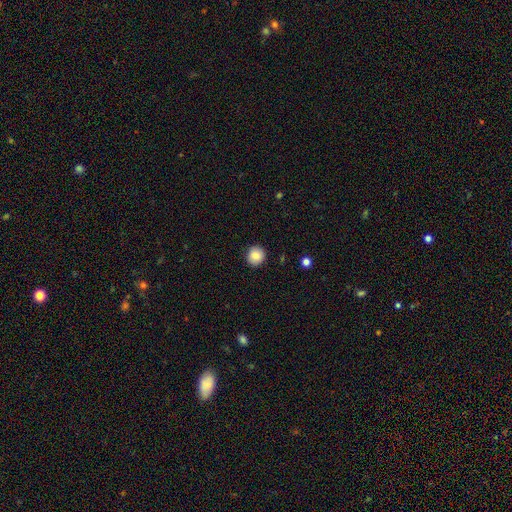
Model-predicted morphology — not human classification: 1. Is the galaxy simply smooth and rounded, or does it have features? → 86% smooth, 9% star or artifact, 5% featured or disk.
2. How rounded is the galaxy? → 92% round, 7% in between, 1% cigar-shaped.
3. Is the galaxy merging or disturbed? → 91% none, 6% minor disturbance, 2% major disturbance, 1% merger.